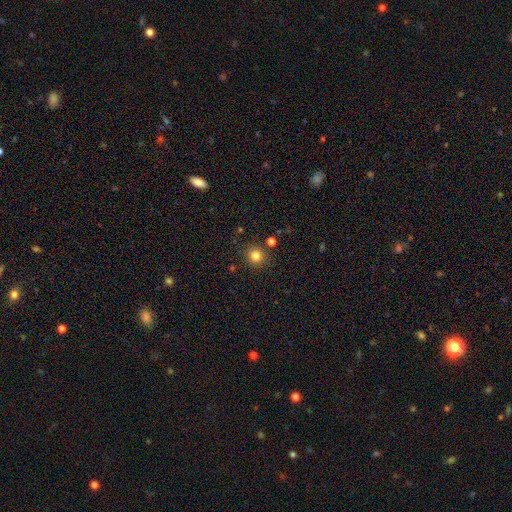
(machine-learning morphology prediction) Overall: smooth (81%). How rounded: round (92%). Merging: none (87%).